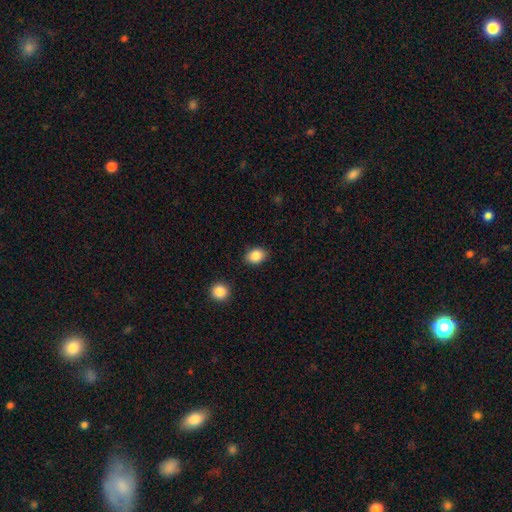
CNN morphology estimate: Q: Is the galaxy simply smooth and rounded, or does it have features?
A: smooth — 87%.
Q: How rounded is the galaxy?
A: in between — 61%.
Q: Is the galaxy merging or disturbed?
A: none — 86%.